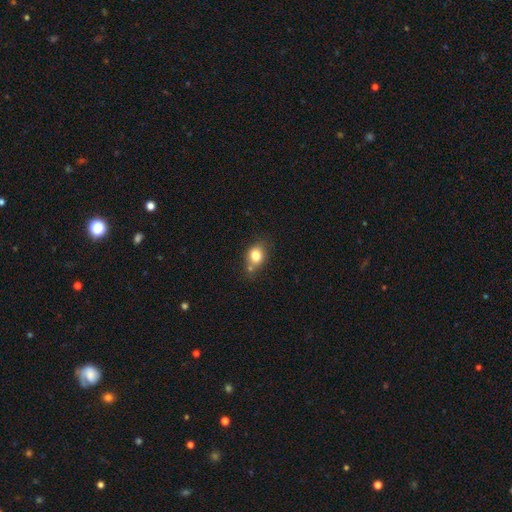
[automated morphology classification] The model was most divided on "how rounded": in between: 51%, round: 48%, cigar-shaped: 1%. More confident: smooth or featured — smooth (80%); merging — none (62%).